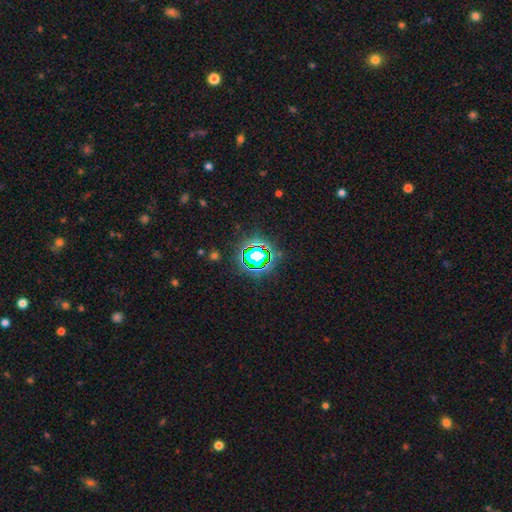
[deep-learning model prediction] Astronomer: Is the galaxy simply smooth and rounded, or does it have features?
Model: star or artifact — 72%.